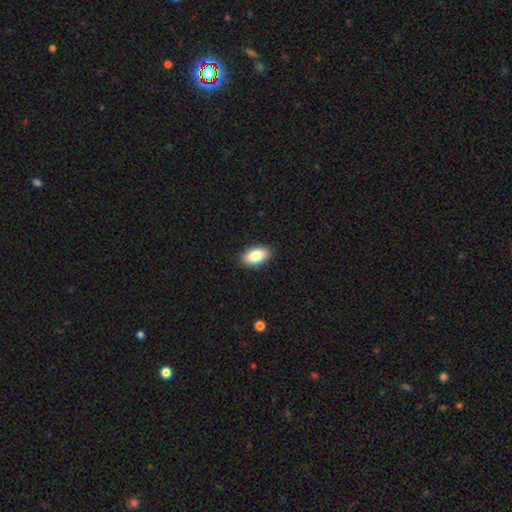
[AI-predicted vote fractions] Smooth or featured? Predicted: smooth (p=0.83). How rounded? Predicted: in between (p=0.92). Merging? Predicted: none (p=0.89).